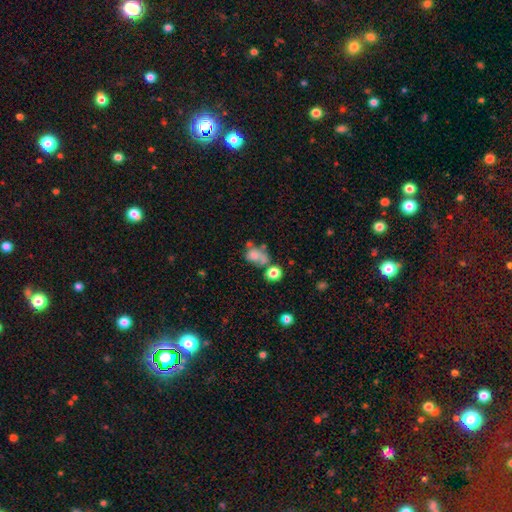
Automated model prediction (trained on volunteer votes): smooth-or-featured: smooth: 60% | featured or disk: 26% | star or artifact: 14%
  how-rounded: in between: 60% | round: 38% | cigar-shaped: 2%
  merging: merger: 32% | none: 28% | major disturbance: 21% | minor disturbance: 19%